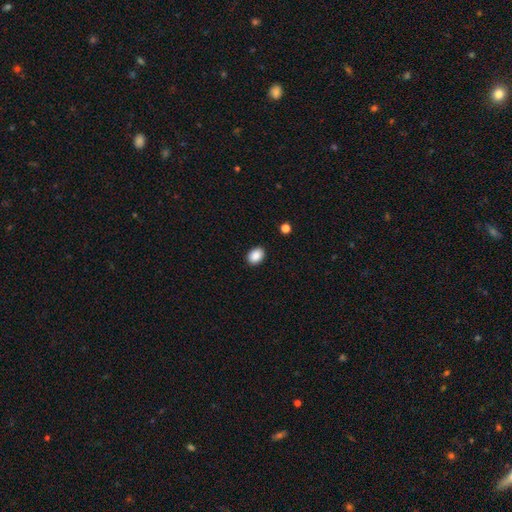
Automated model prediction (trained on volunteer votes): Smooth or featured? Predicted: smooth (p=0.89). How rounded? Predicted: in between (p=0.71). Merging? Predicted: none (p=0.90).